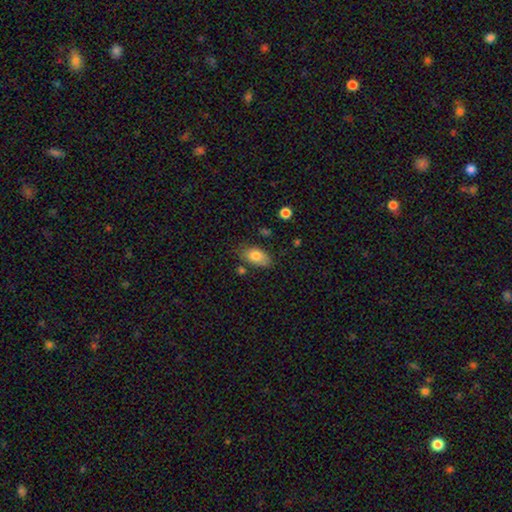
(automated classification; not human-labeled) Morphology: type=smooth (80%); roundness=in between (91%); merging=none (69%).